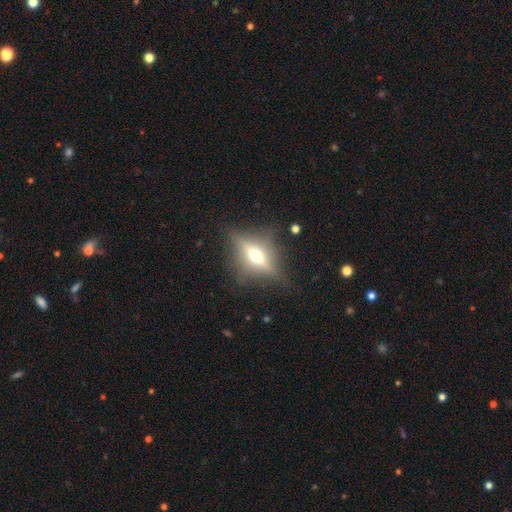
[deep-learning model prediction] The model was most divided on "smooth or featured": featured or disk: 63%, smooth: 26%, star or artifact: 10%. More confident: edge-on bulge — rounded (94%); edge-on disk — yes (87%); merging — none (77%).